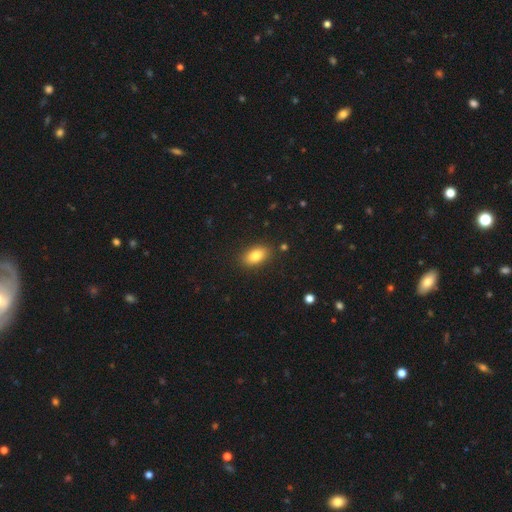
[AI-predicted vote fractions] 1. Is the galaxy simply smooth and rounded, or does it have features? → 83% smooth, 9% featured or disk, 9% star or artifact.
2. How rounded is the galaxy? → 89% in between, 8% round, 4% cigar-shaped.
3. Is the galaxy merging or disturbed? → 86% none, 10% minor disturbance, 3% major disturbance, 2% merger.